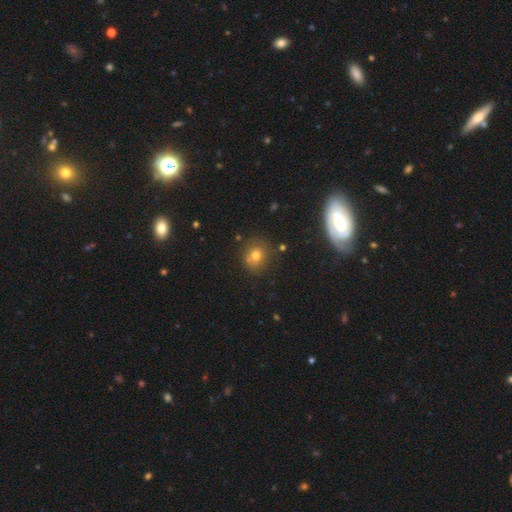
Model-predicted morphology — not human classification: type=smooth (70%); roundness=round (84%); merging=none (75%).